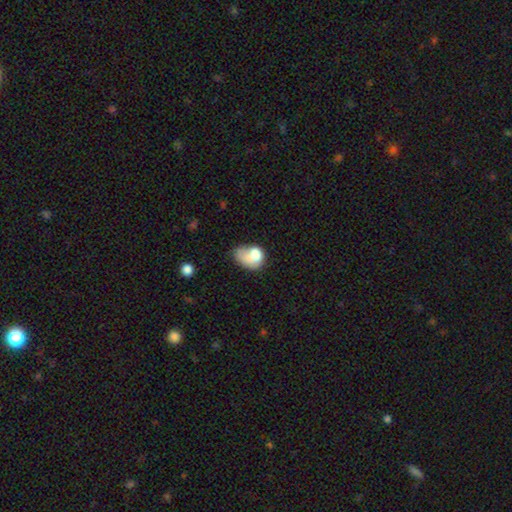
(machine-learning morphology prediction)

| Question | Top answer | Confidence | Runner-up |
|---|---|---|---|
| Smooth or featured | smooth | 68% | featured or disk (22%) |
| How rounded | in between | 72% | round (27%) |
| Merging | merger | 29% | major disturbance (28%) |